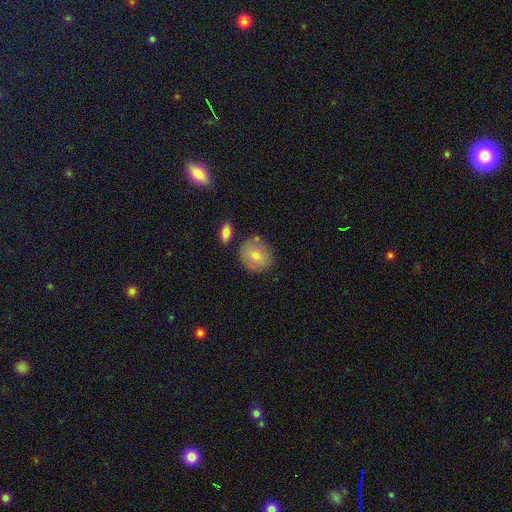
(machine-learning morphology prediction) Q: Smooth or featured?
A: smooth (76%); runner-up: featured or disk (16%)
Q: How rounded?
A: round (83%); runner-up: in between (15%)
Q: Merging?
A: none (73%); runner-up: minor disturbance (16%)